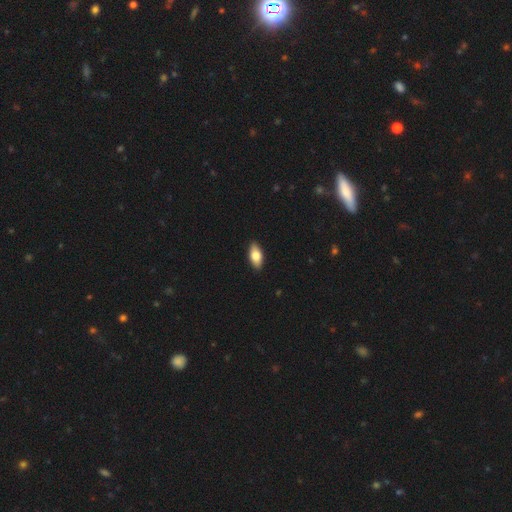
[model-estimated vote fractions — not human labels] This is likely a smooth galaxy (75%). How rounded: clearly in between (87%). Merging: clearly none (90%).